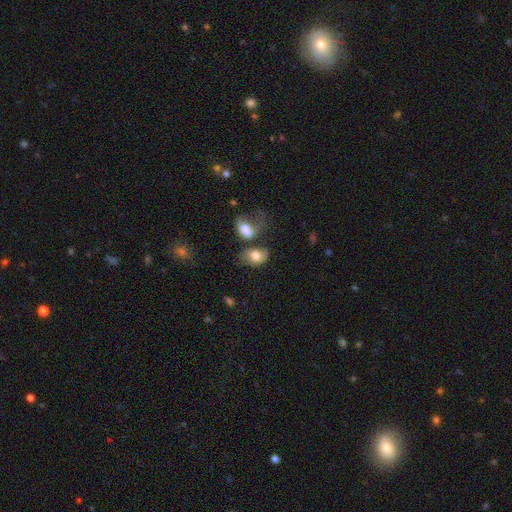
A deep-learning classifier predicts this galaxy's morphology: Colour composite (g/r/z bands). It shows a smooth galaxy with no disk features (73%) that is in between round and cigar-shaped (81%). Merging: none (42%).